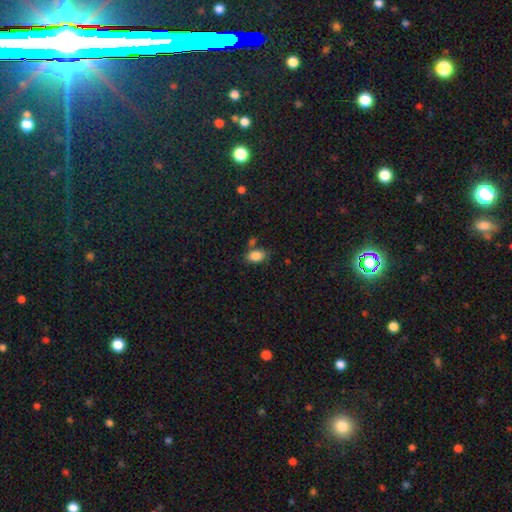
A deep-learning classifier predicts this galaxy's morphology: Smooth or featured? smooth (86%)
How rounded? in between (86%)
Merging? none (70%)